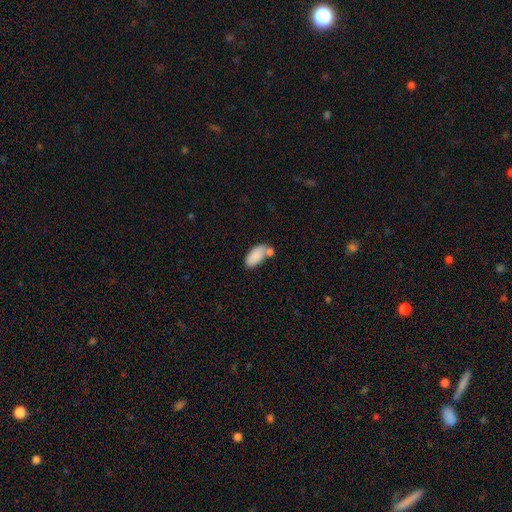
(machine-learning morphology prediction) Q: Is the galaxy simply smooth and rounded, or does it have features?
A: smooth — 85%.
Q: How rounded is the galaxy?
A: in between — 92%.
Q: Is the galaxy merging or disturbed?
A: none — 47%.